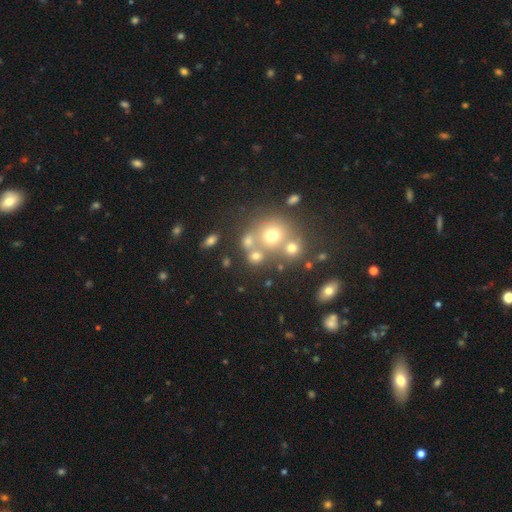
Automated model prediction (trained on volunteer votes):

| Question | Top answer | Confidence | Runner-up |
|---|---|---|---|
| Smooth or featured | smooth | 66% | star or artifact (20%) |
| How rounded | round | 76% | in between (23%) |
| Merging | none | 56% | merger (29%) |